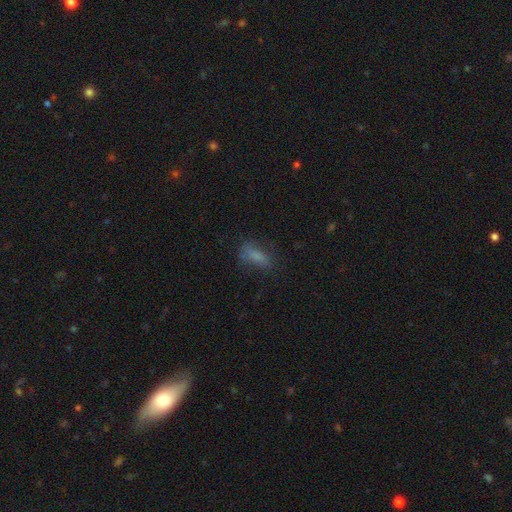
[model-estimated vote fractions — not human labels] smooth_or_featured: smooth (p=0.75) [alt: star or artifact p=0.13]
how_rounded: in between (p=0.69) [alt: cigar-shaped p=0.27]
merging: none (p=0.63) [alt: minor disturbance p=0.23]